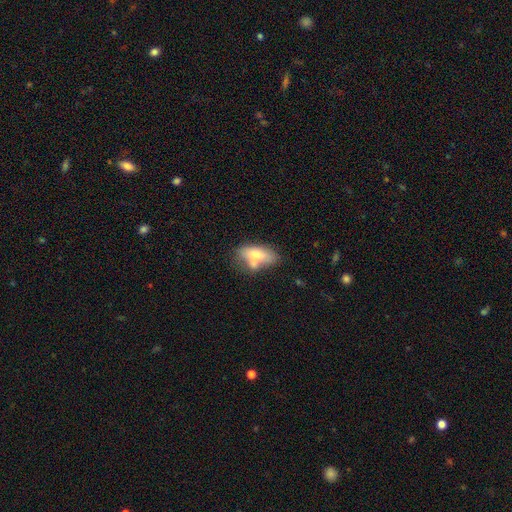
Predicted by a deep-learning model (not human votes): This appears to be a smooth galaxy with no disk features (61%) that is in between round and cigar-shaped (85%). Merging: merger (29%).